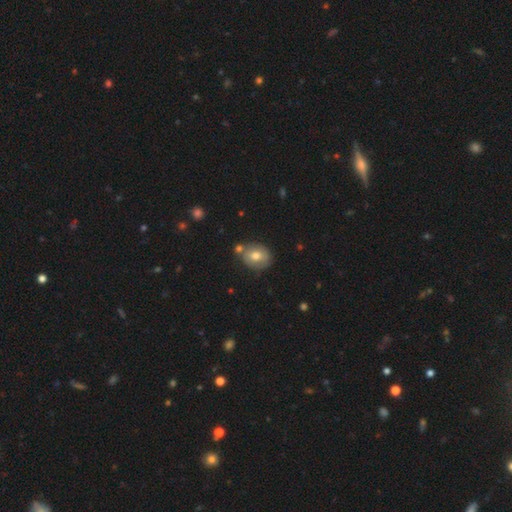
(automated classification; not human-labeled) Q: Smooth or featured?
A: smooth (69%); runner-up: featured or disk (22%)
Q: How rounded?
A: round (50%); runner-up: in between (49%)
Q: Merging?
A: none (67%); runner-up: minor disturbance (17%)